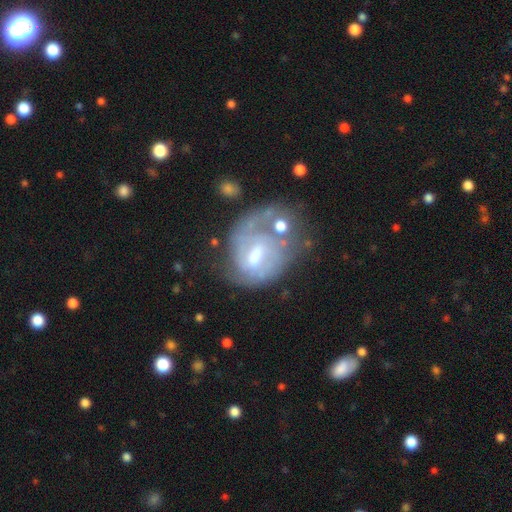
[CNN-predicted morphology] A featured or disk galaxy (75%) with a weak bar (56%), 2 (31%) tight (46%) spiral arms (81%) and a moderate central bulge (59%). Merging: none (39%).